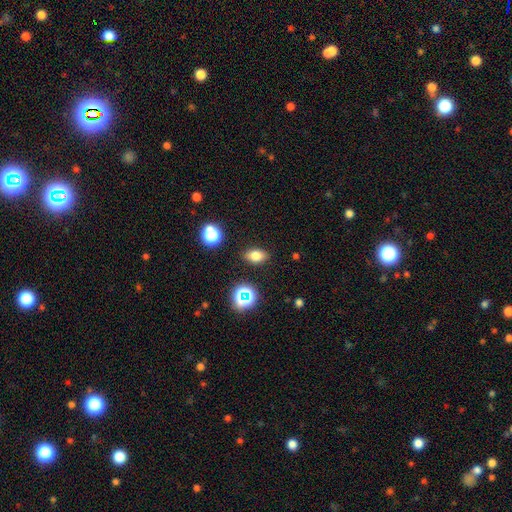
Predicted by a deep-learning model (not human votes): Morphology: type=smooth (74%); roundness=in between (80%); merging=none (87%).